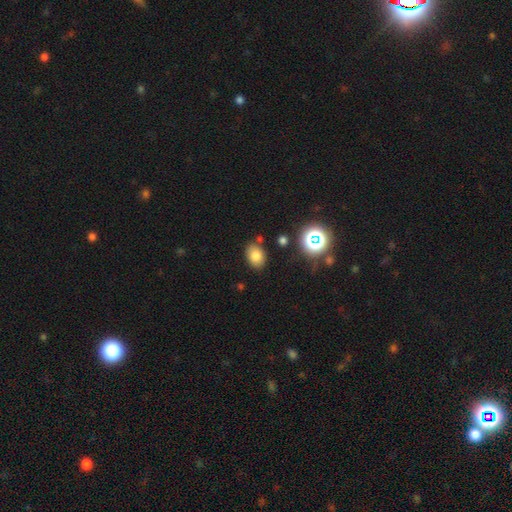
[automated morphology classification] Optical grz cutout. It shows a smooth galaxy with no disk features (79%) that is in between round and cigar-shaped (75%). Merging: none (80%).